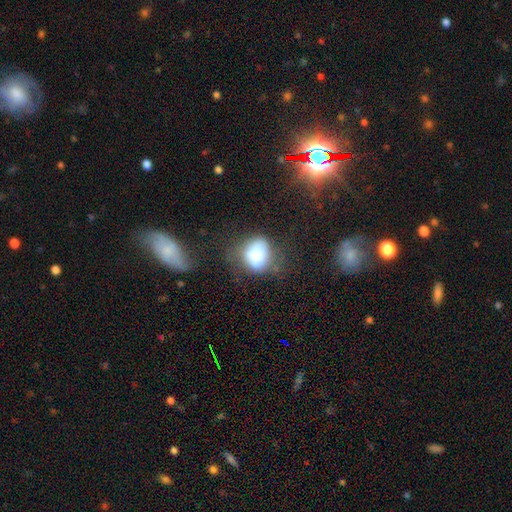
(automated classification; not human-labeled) Morphology: type=smooth (72%); roundness=round (57%); merging=none (48%).